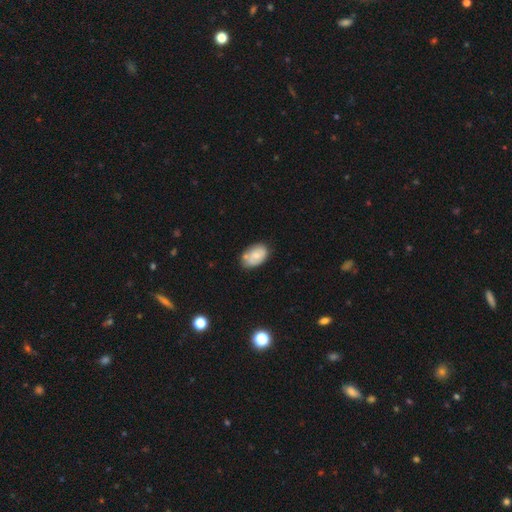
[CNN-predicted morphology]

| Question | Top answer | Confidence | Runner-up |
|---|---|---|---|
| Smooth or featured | smooth | 64% | featured or disk (29%) |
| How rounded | in between | 87% | round (12%) |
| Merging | none | 61% | minor disturbance (26%) |